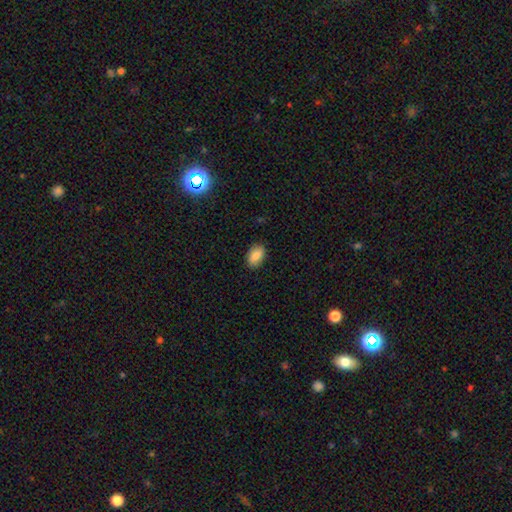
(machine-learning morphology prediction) A smooth galaxy with no disk features (86%) that is in between round and cigar-shaped (90%).

Vote fractions:
- Smooth or featured? smooth: 86% / star or artifact: 8% / featured or disk: 6%
- How rounded? in between: 90% / round: 9% / cigar-shaped: 2%
- Merging? none: 88% / minor disturbance: 9% / major disturbance: 2% / merger: 1%